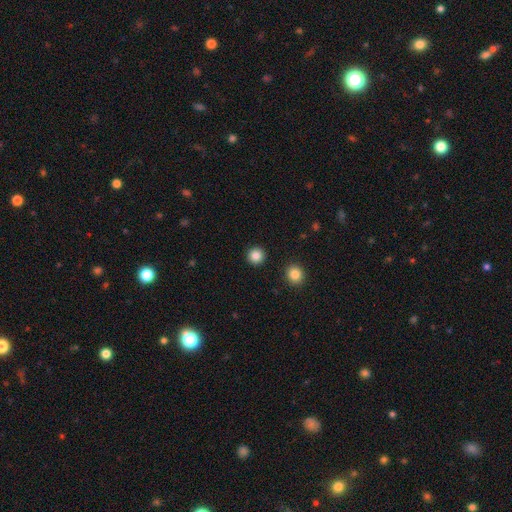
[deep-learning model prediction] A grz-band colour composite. It shows a smooth galaxy with no disk features (86%) that is round (95%). Merging: none (93%).